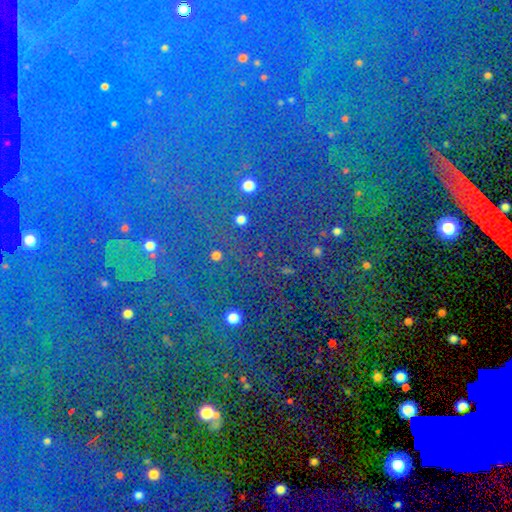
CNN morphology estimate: This appears to be a star or artifact, not a galaxy (82%).